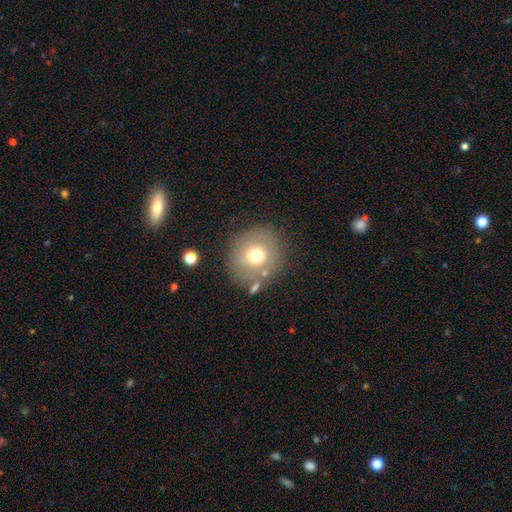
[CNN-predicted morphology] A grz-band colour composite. It shows a smooth galaxy with no disk features (68%) that is round (90%). Merging: none (78%).